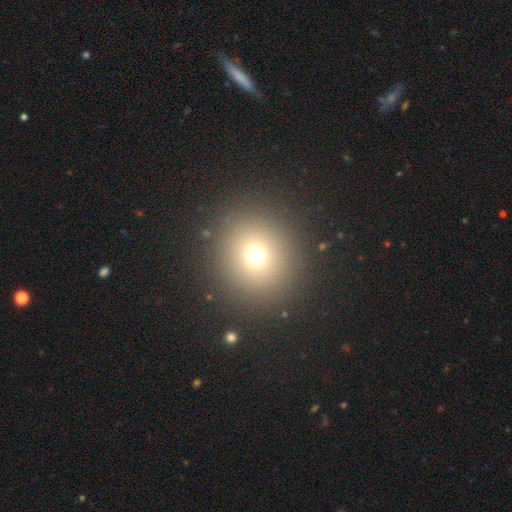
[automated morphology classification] Smooth or featured?
  - smooth: 70% *
  - star or artifact: 20%
  - featured or disk: 10%
How rounded?
  - round: 89% *
  - in between: 10%
  - cigar-shaped: 1%
Merging?
  - none: 89% *
  - minor disturbance: 6%
  - major disturbance: 3%
  - merger: 2%